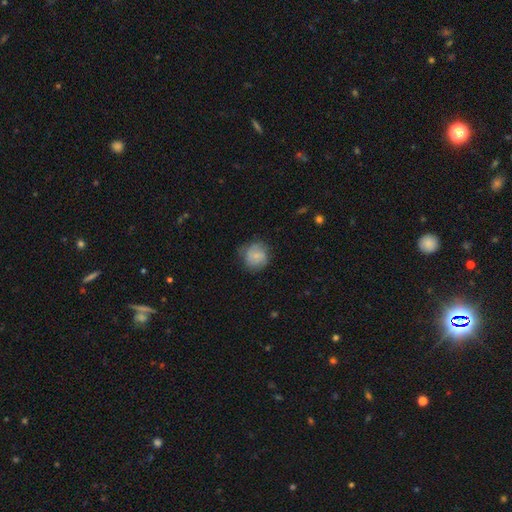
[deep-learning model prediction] This is likely a smooth galaxy (61%). How rounded: clearly round (85%). Merging: likely none (69%).